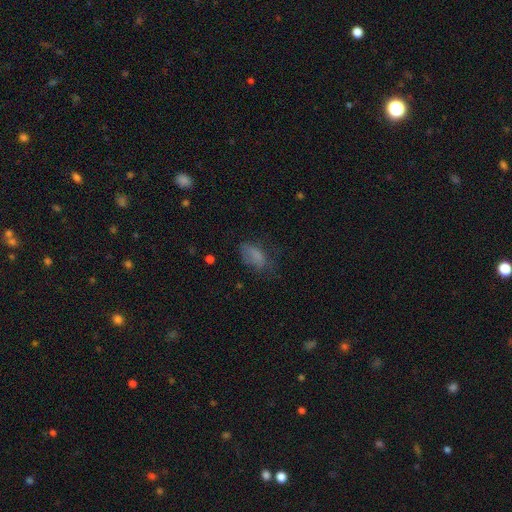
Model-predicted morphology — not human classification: Smooth or featured: smooth — 70% (featured or disk — 17%)
How rounded: in between — 85% (cigar-shaped — 9%)
Merging: none — 44% (minor disturbance — 29%)